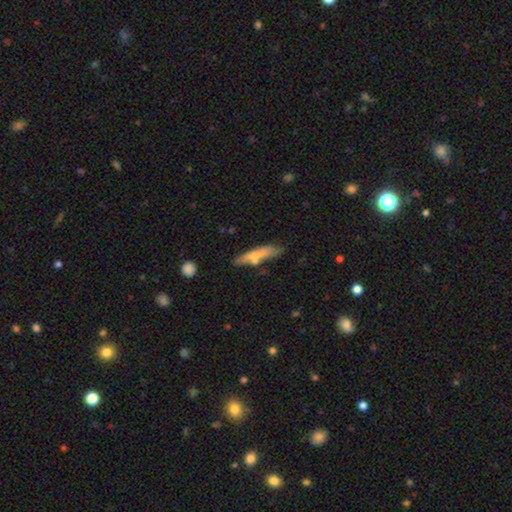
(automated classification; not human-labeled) A smooth galaxy with no disk features (68%) that is cigar-shaped (81%). Merging: none (63%).